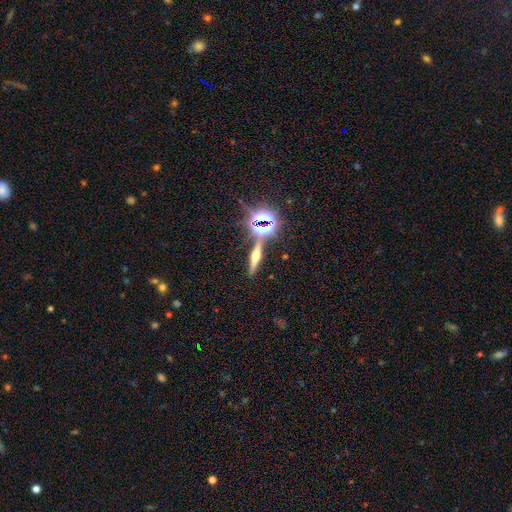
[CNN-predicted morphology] Smooth or featured?
  - featured or disk: 49% *
  - star or artifact: 27%
  - smooth: 24%
Merging?
  - none: 79% *
  - merger: 9%
  - minor disturbance: 8%
  - major disturbance: 3%